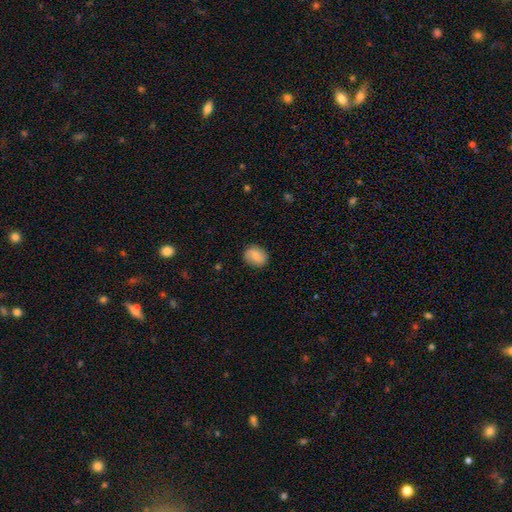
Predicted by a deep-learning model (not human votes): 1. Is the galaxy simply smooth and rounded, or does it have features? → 81% smooth, 11% featured or disk, 8% star or artifact.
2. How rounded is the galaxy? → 57% round, 42% in between, 1% cigar-shaped.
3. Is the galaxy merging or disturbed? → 87% none, 10% minor disturbance, 2% major disturbance, 1% merger.